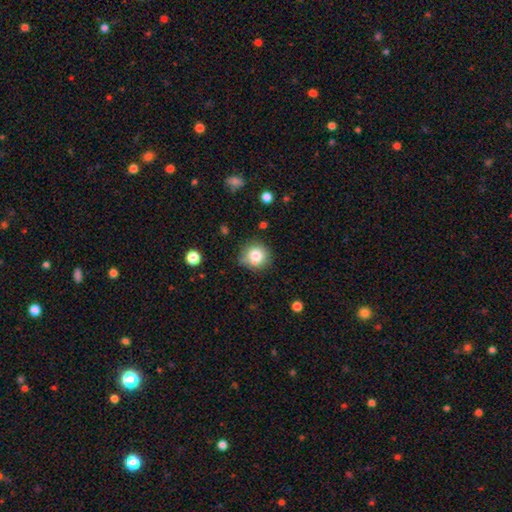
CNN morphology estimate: This appears to be a smooth galaxy with no disk features (79%) that is round (87%). Merging: none (71%).